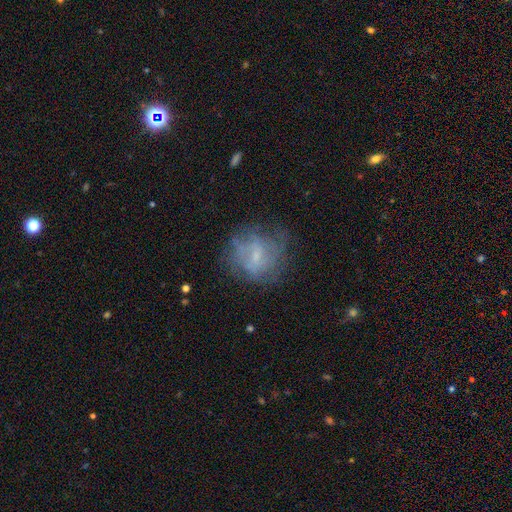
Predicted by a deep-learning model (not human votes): The model was most divided on "bar": weak: 46%, no: 44%, strong: 9%. More confident: edge-on disk — no (97%); merging — none (59%); bulge size — small (58%); smooth or featured — featured or disk (53%); spiral arms — no (52%).